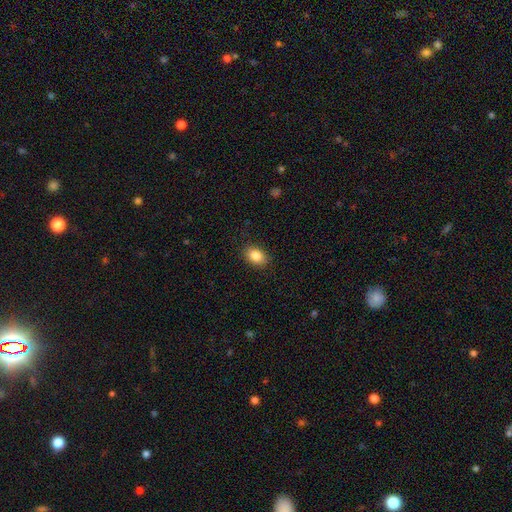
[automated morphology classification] The model was most divided on "how rounded": in between: 76%, round: 23%, cigar-shaped: 1%. More confident: merging — none (88%); smooth or featured — smooth (86%).